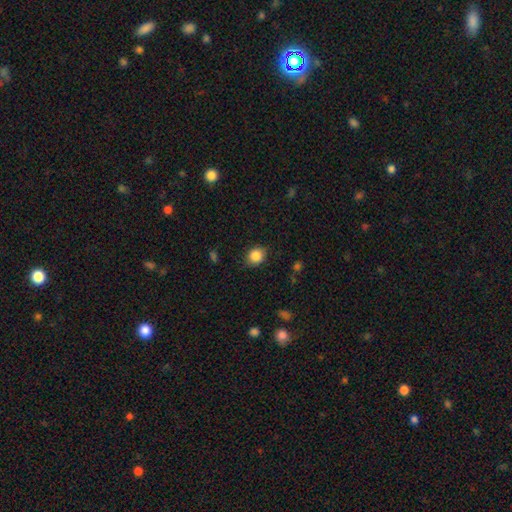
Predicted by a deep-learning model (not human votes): Smooth or featured? Predicted: smooth (p=0.86). How rounded? Predicted: round (p=0.70). Merging? Predicted: none (p=0.82).